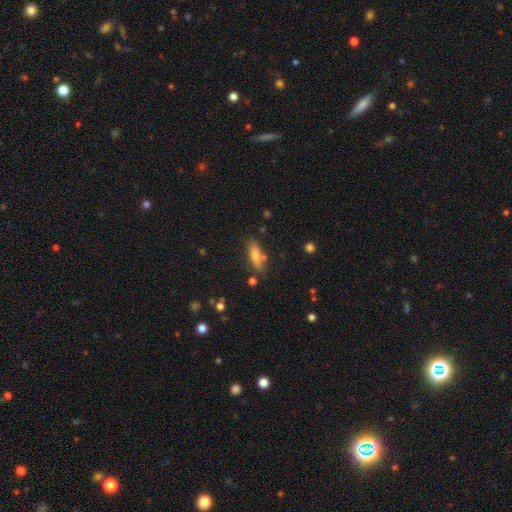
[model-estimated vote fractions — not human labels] This appears to be a smooth galaxy with no disk features (71%) that is cigar-shaped (59%). Merging: none (76%).